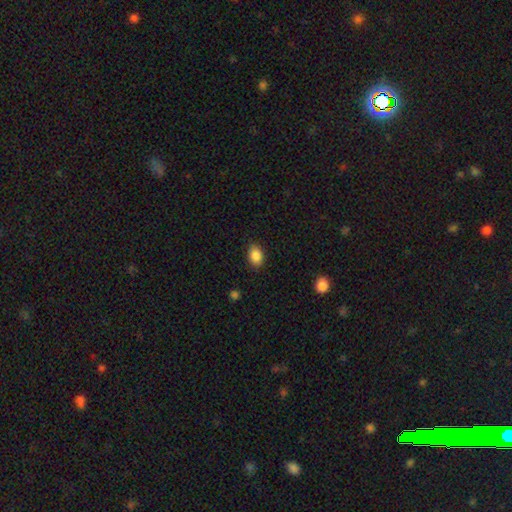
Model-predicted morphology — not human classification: This appears to be a smooth galaxy with no disk features (88%) that is in between round and cigar-shaped (80%). Merging: none (86%).